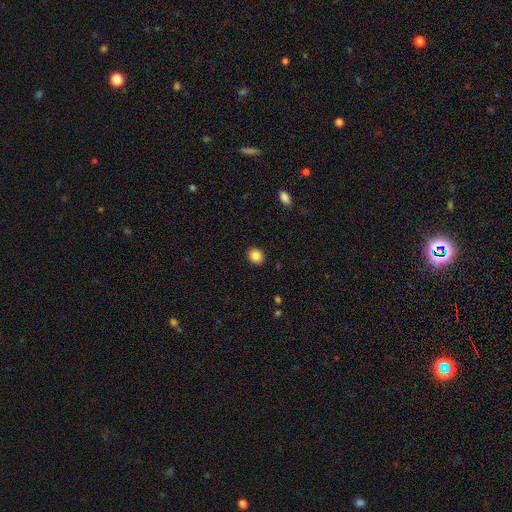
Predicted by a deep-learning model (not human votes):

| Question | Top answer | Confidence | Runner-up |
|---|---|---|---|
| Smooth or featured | smooth | 85% | star or artifact (10%) |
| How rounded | round | 66% | in between (33%) |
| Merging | none | 91% | minor disturbance (6%) |